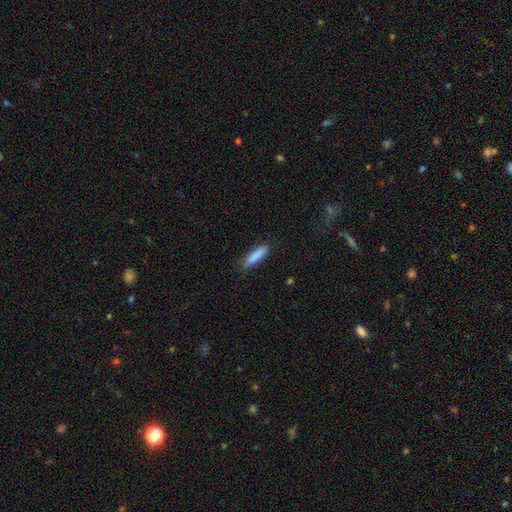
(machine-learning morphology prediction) Overall: smooth (87%). How rounded: cigar-shaped (75%). Merging: none (85%).